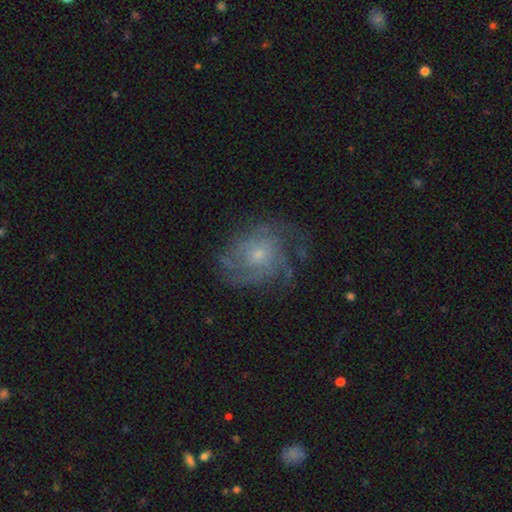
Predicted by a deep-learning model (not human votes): A featured or disk galaxy (71%) with no bar (77%), tight (49%) spiral arms (90%) and a small central bulge (58%).

Vote fractions:
- Smooth or featured? featured or disk: 71% / smooth: 16% / star or artifact: 13%
- Edge-on disk? no: 97% / yes: 3%
- Bar? no: 77% / weak: 20% / strong: 3%
- Spiral arms? yes: 90% / no: 10%
- Spiral winding? tight: 49% / medium: 38% / loose: 13%
- Spiral arm count? can't tell: 37% / 3: 21% / 4: 16% / 2: 13% / more than 4: 7% / 1: 6%
- Bulge size? small: 58% / moderate: 36% / none: 3% / large: 2% / dominant: 1%
- Merging? none: 70% / minor disturbance: 18% / major disturbance: 11% / merger: 1%